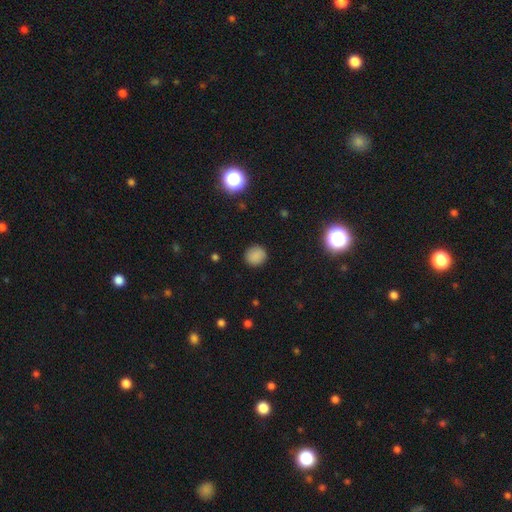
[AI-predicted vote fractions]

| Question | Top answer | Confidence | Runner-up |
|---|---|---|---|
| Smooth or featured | smooth | 84% | star or artifact (12%) |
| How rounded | round | 85% | in between (14%) |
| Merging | none | 89% | minor disturbance (8%) |